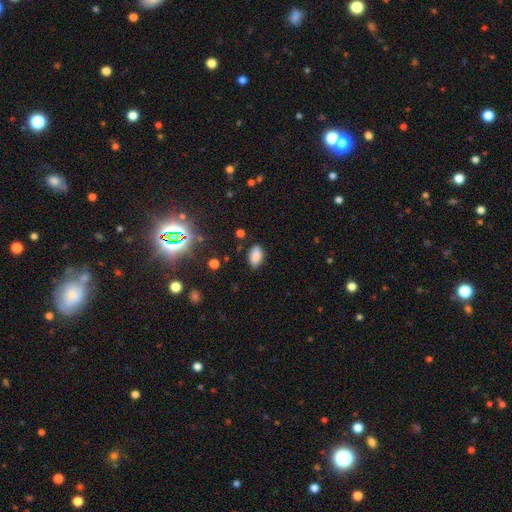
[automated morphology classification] Smooth or featured? Predicted: smooth (p=0.85). How rounded? Predicted: in between (p=0.92). Merging? Predicted: none (p=0.84).